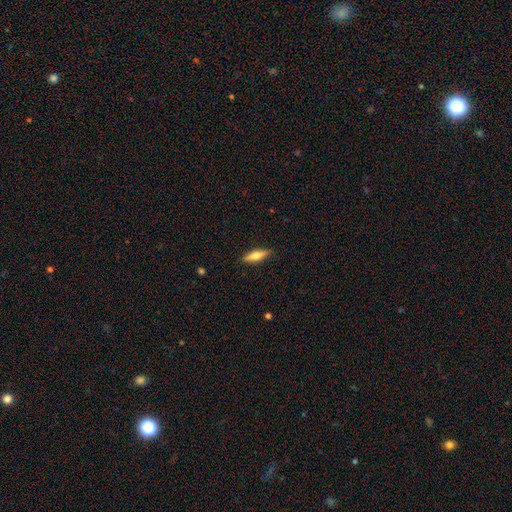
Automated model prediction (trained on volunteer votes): Smooth or featured: smooth — 66% (featured or disk — 29%)
How rounded: cigar-shaped — 59% (in between — 39%)
Merging: none — 88% (minor disturbance — 9%)